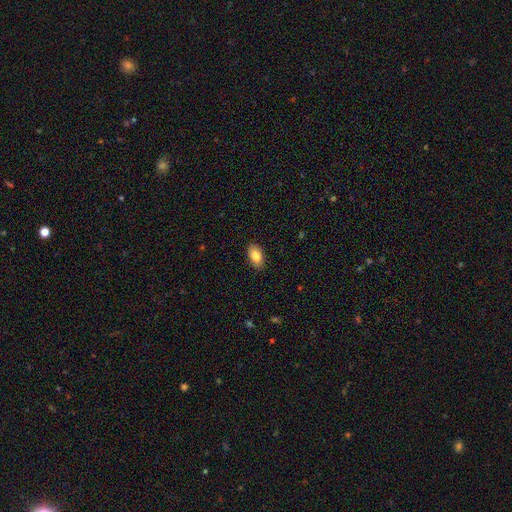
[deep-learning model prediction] Q: Smooth or featured?
A: smooth (84%); runner-up: featured or disk (9%)
Q: How rounded?
A: in between (92%); runner-up: round (6%)
Q: Merging?
A: none (88%); runner-up: minor disturbance (9%)